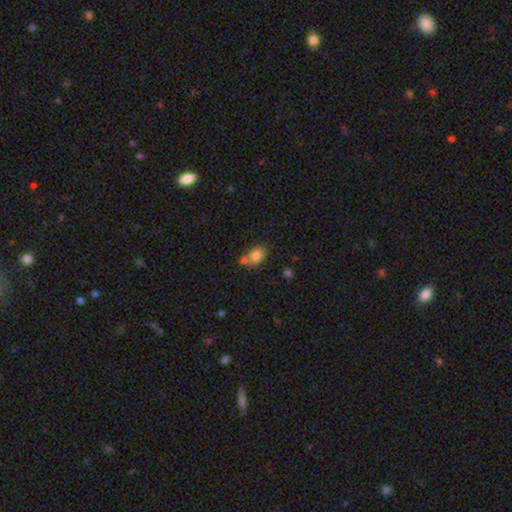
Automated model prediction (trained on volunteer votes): smooth-or-featured: smooth: 78% | featured or disk: 12% | star or artifact: 9%
  how-rounded: in between: 76% | round: 23% | cigar-shaped: 1%
  merging: none: 52% | merger: 28% | minor disturbance: 16% | major disturbance: 4%